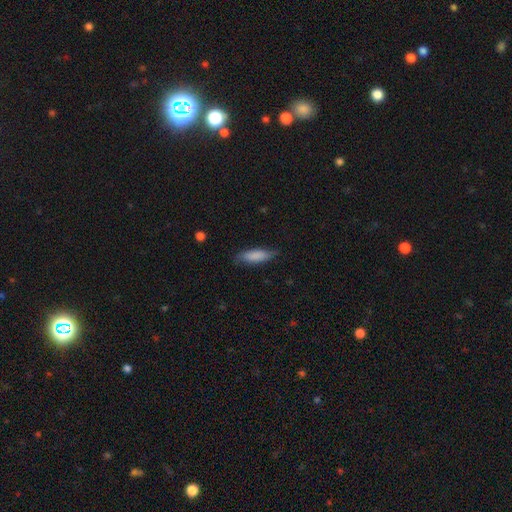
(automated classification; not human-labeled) Smooth or featured: smooth — 80% (featured or disk — 14%)
How rounded: in between — 52% (cigar-shaped — 46%)
Merging: none — 72% (minor disturbance — 22%)